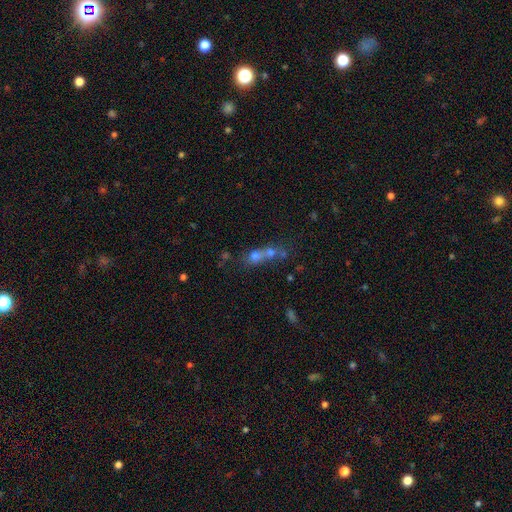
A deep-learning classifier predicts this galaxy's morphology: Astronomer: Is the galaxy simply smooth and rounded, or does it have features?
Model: smooth — 60%.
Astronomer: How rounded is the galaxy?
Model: round — 63%.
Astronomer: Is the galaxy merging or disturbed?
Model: merger — 68%.